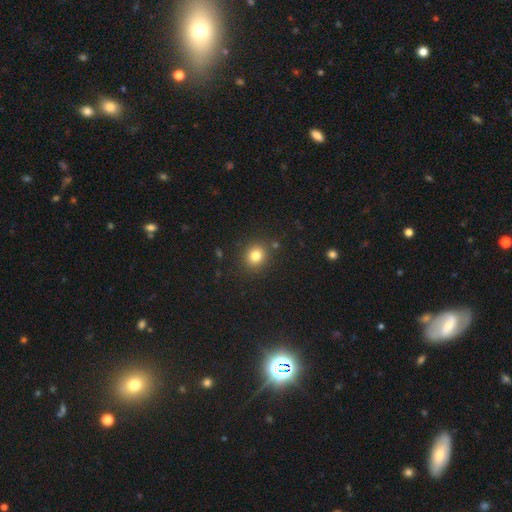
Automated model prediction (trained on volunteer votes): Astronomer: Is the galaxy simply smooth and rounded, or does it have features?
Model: smooth — 81%.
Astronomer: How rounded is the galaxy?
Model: round — 84%.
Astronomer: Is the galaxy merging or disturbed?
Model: none — 86%.